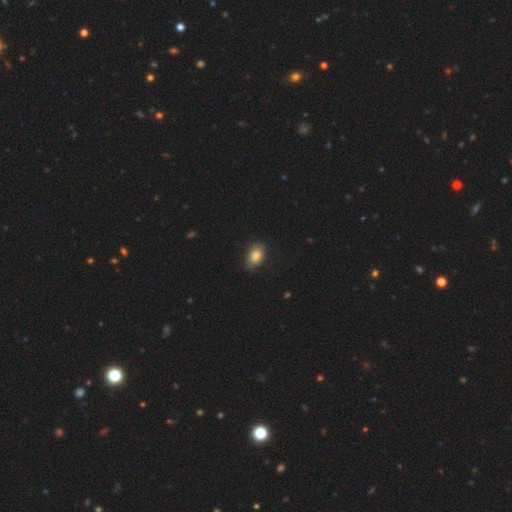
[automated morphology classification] Smooth or featured?
  - smooth: 85% *
  - star or artifact: 9%
  - featured or disk: 6%
How rounded?
  - in between: 83% *
  - round: 16%
  - cigar-shaped: 1%
Merging?
  - none: 80% *
  - minor disturbance: 17%
  - major disturbance: 3%
  - merger: 1%